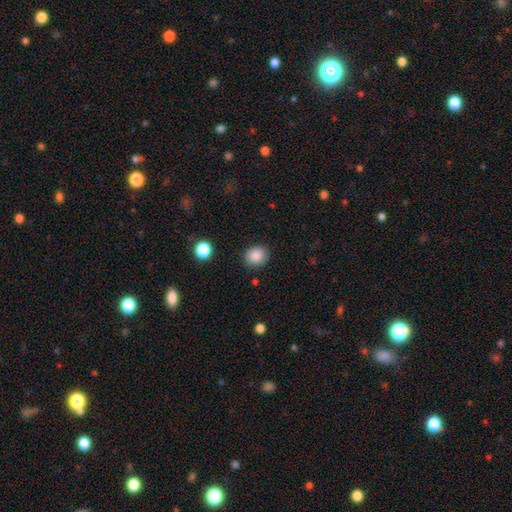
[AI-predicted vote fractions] smooth 87%, star or artifact 9%, featured or disk 4%. Down the decision tree: how rounded — round (73%); merging — none (87%).